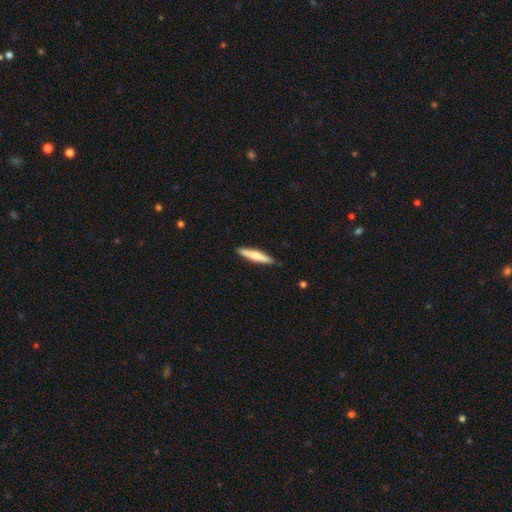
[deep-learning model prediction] Smooth or featured? smooth (62%)
How rounded? cigar-shaped (89%)
Merging? none (89%)